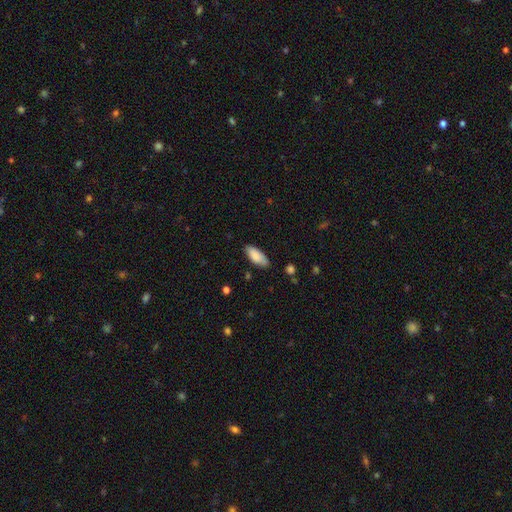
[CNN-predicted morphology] Smooth or featured: smooth — 87% (featured or disk — 7%)
How rounded: in between — 83% (cigar-shaped — 15%)
Merging: none — 81% (minor disturbance — 15%)